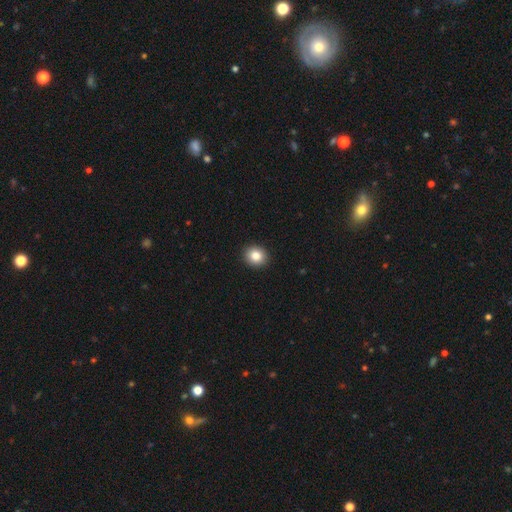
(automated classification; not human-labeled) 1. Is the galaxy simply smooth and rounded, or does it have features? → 85% smooth, 9% star or artifact, 5% featured or disk.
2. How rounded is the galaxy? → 78% round, 21% in between, 1% cigar-shaped.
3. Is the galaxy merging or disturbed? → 93% none, 5% minor disturbance, 2% major disturbance, 1% merger.